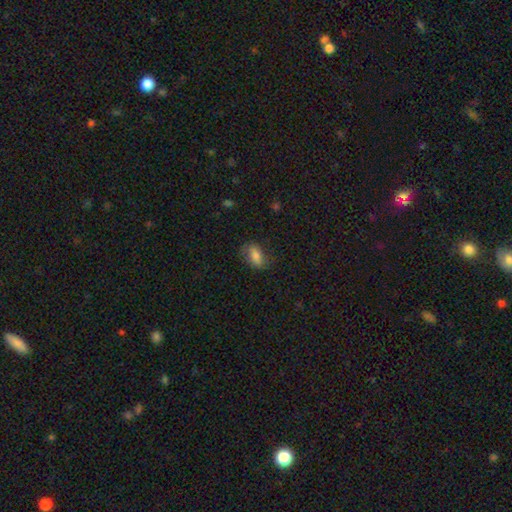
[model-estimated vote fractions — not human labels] The model was most divided on "merging": none: 73%, minor disturbance: 19%, major disturbance: 6%, merger: 1%. More confident: how rounded — in between (85%); smooth or featured — smooth (73%).